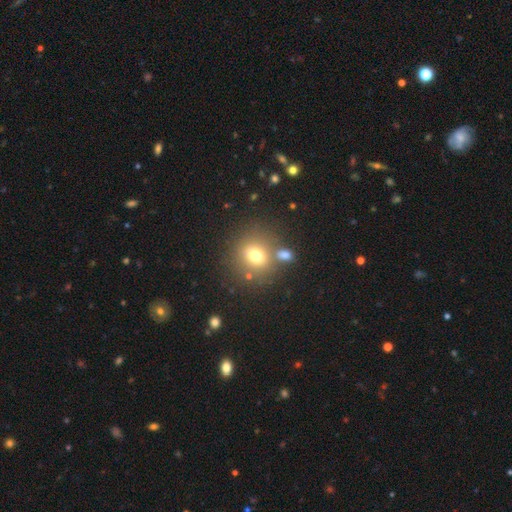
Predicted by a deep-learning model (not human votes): smooth 71%, star or artifact 15%, featured or disk 14%. Down the decision tree: how rounded — round (75%); merging — none (67%).